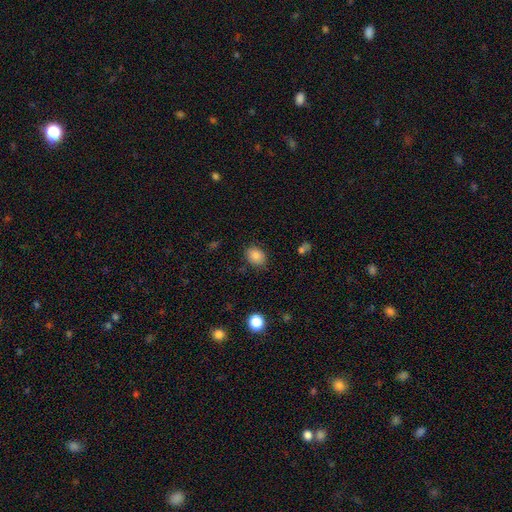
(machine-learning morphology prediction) A smooth galaxy with no disk features (86%) that is in between round and cigar-shaped (57%).

Vote fractions:
- Smooth or featured? smooth: 86% / star or artifact: 10% / featured or disk: 5%
- How rounded? in between: 57% / round: 42% / cigar-shaped: 1%
- Merging? none: 83% / minor disturbance: 12% / major disturbance: 3% / merger: 2%